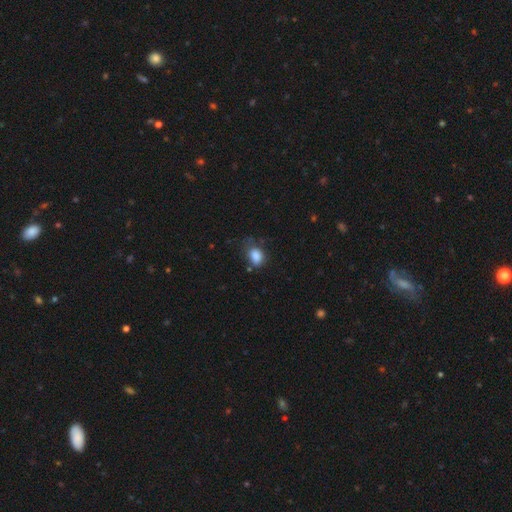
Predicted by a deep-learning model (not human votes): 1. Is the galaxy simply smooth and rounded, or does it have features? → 85% smooth, 9% star or artifact, 6% featured or disk.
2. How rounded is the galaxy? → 69% in between, 30% round, 1% cigar-shaped.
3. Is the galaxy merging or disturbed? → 54% none, 31% minor disturbance, 11% major disturbance, 4% merger.